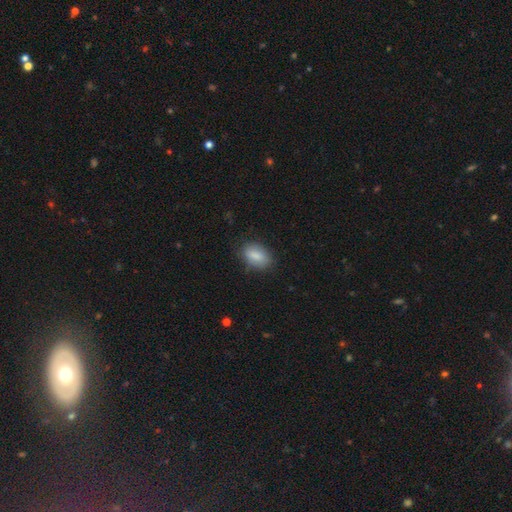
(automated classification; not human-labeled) Q: Smooth or featured?
A: smooth (85%); runner-up: featured or disk (8%)
Q: How rounded?
A: in between (88%); runner-up: round (9%)
Q: Merging?
A: none (79%); runner-up: minor disturbance (16%)